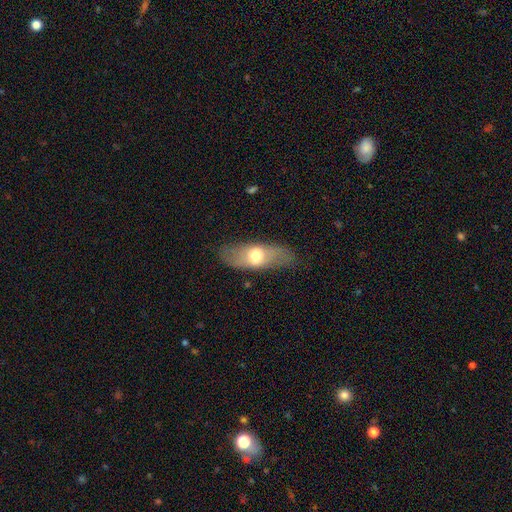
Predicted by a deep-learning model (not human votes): A smooth galaxy with no disk features (55%) that is in between round and cigar-shaped (72%). Merging: none (79%).